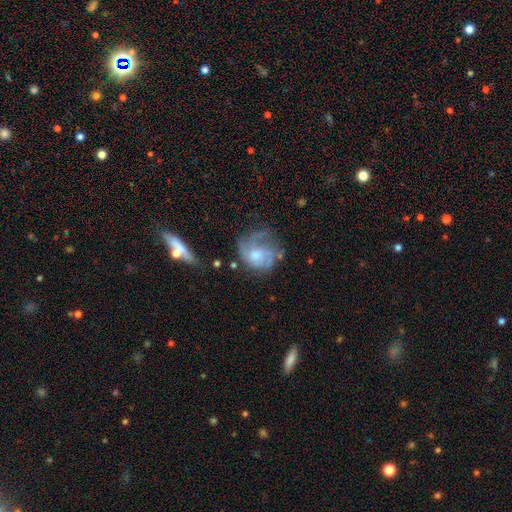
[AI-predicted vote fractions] Smooth or featured? Predicted: featured or disk (p=0.74). Edge-on disk? Predicted: no (p=0.97). Bar? Predicted: no (p=0.69). Spiral arms? Predicted: yes (p=0.86). Spiral winding? Predicted: tight (p=0.41, tied with medium). Spiral arm count? Predicted: can't tell (p=0.30). Bulge size? Predicted: moderate (p=0.56). Merging? Predicted: none (p=0.55).